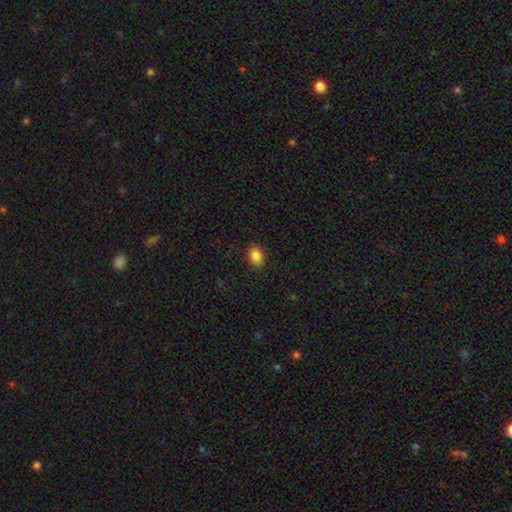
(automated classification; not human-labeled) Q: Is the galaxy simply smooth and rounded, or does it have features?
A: smooth — 86%.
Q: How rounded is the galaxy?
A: in between — 72%.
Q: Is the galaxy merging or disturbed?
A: none — 88%.